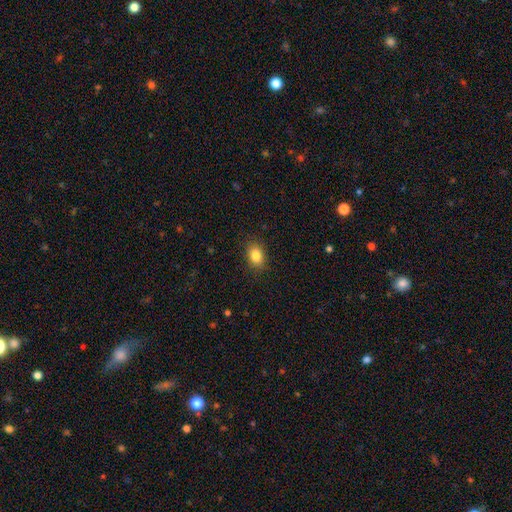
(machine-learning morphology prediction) smooth-or-featured: smooth: 84% | star or artifact: 9% | featured or disk: 6%
  how-rounded: in between: 77% | round: 22% | cigar-shaped: 1%
  merging: none: 87% | minor disturbance: 9% | major disturbance: 3% | merger: 1%